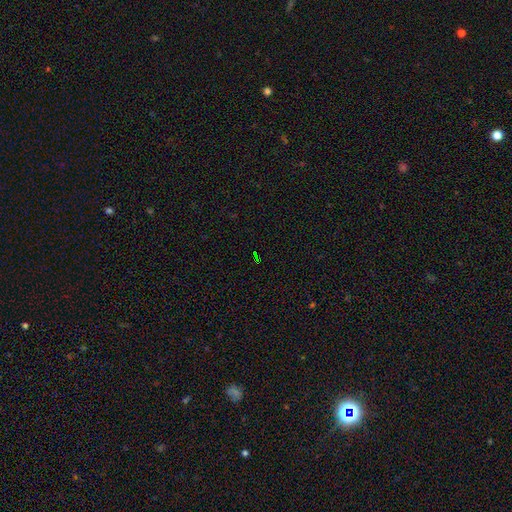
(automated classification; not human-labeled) The model was most divided on "smooth or featured": star or artifact: 76%, smooth: 15%, featured or disk: 9%.